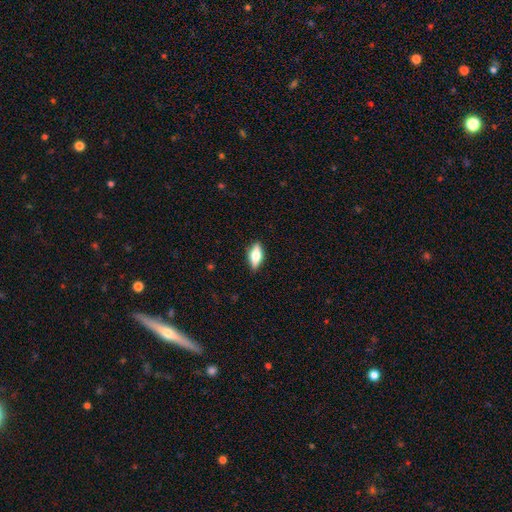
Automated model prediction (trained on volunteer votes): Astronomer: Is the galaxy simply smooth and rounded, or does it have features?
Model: smooth — 53% (runner-up: featured or disk, 40%).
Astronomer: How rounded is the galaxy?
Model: in between — 72%.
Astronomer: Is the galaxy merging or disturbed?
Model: none — 86%.